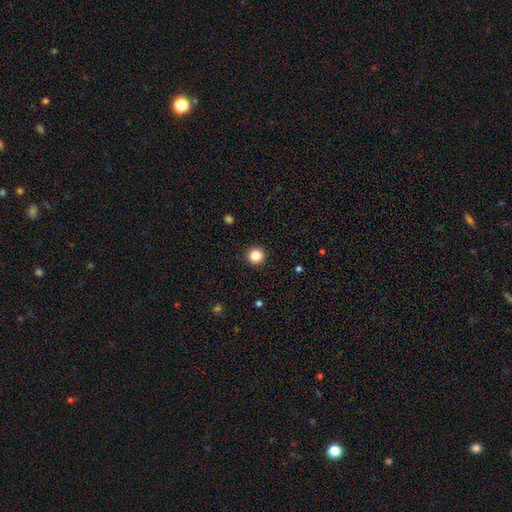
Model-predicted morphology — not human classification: Overall: smooth (86%). How rounded: round (95%). Merging: none (93%).